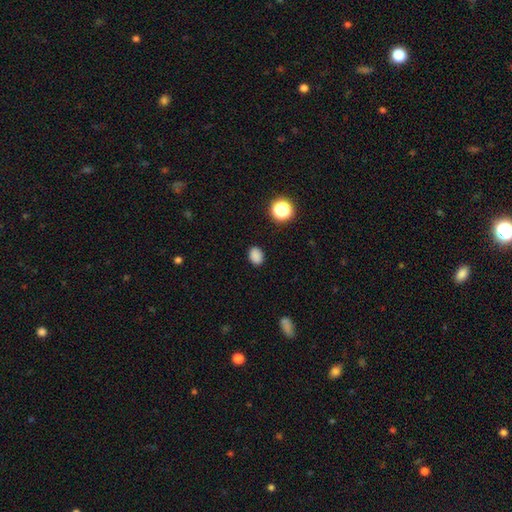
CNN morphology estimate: Overall: smooth (84%). How rounded: in between (62%; round 37%). Merging: none (88%).